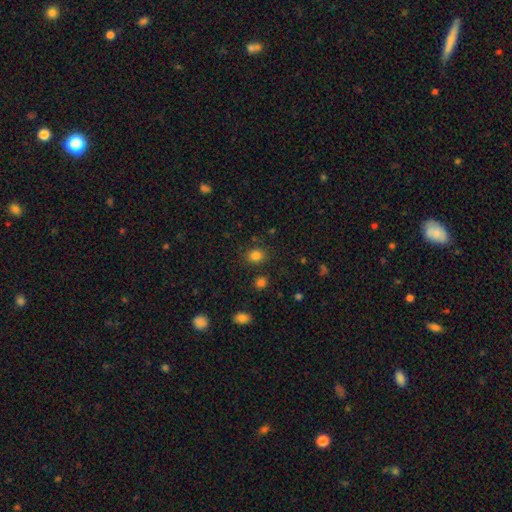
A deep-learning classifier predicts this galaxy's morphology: The model was most divided on "how rounded": round: 61%, in between: 38%, cigar-shaped: 1%. More confident: merging — none (83%); smooth or featured — smooth (81%).